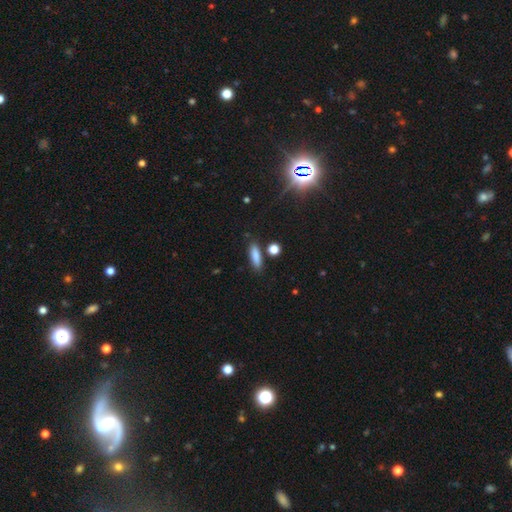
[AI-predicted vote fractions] Smooth or featured? smooth (83%)
How rounded? cigar-shaped (60%)
Merging? none (82%)